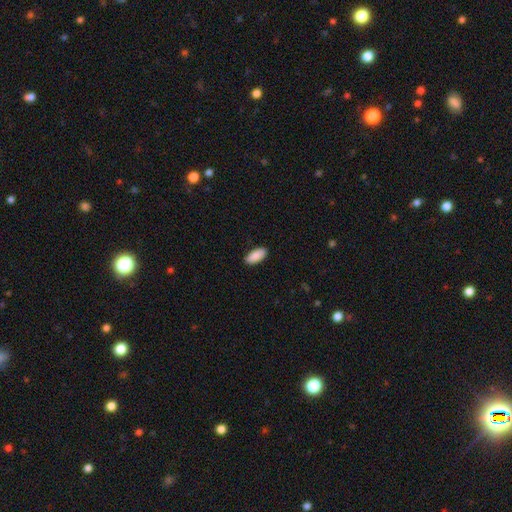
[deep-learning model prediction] Smooth or featured: smooth — 91% (star or artifact — 6%)
How rounded: in between — 89% (cigar-shaped — 9%)
Merging: none — 89% (minor disturbance — 8%)